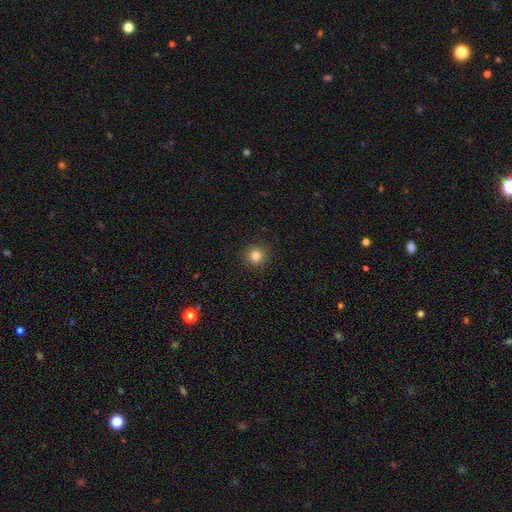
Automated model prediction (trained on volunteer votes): Smooth or featured? smooth (82%)
How rounded? round (93%)
Merging? none (91%)